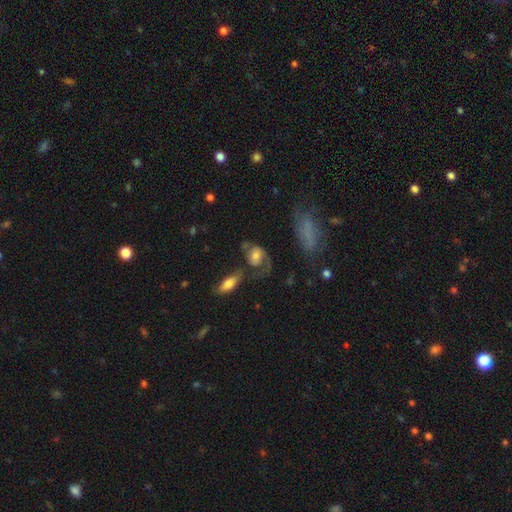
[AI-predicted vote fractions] Smooth or featured? Predicted: featured or disk (p=0.53). Edge-on disk? Predicted: no (p=0.94). Merging? Predicted: major disturbance (p=0.35).